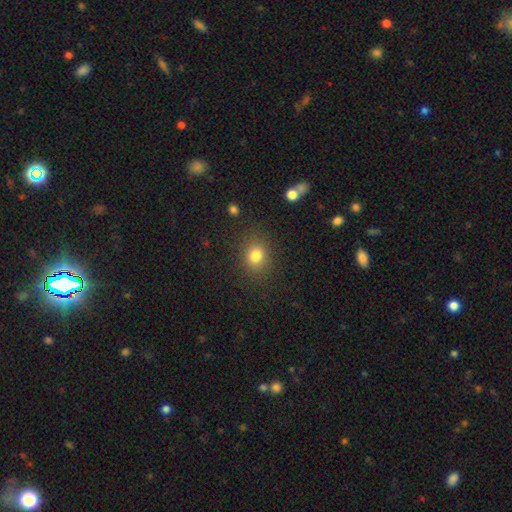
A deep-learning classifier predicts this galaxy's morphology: smooth 81%, star or artifact 13%, featured or disk 6%. Down the decision tree: how rounded — round (65%); merging — none (85%).